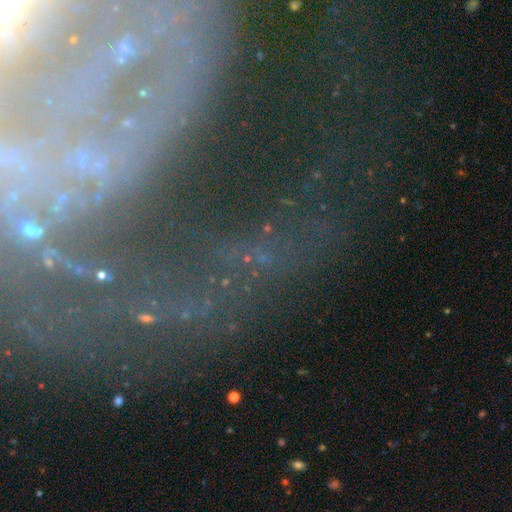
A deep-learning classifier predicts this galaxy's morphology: A featured or disk galaxy (62%) with no bar (47%), spiral arms (80%) and a small central bulge (56%).

Vote fractions:
- Smooth or featured? featured or disk: 62% / star or artifact: 25% / smooth: 13%
- Edge-on disk? no: 89% / yes: 11%
- Bar? no: 47% / weak: 28% / strong: 25%
- Spiral arms? yes: 80% / no: 20%
- Bulge size? small: 56% / moderate: 25% / none: 11% / large: 5% / dominant: 4%
- Merging? none: 55% / major disturbance: 21% / minor disturbance: 17% / merger: 7%